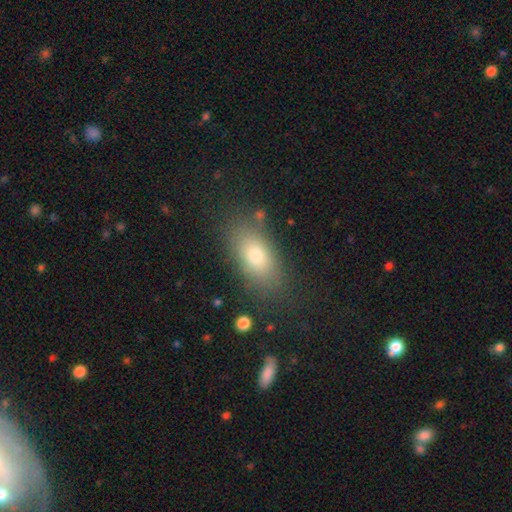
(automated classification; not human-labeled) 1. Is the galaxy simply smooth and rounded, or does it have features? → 75% smooth, 15% featured or disk, 10% star or artifact.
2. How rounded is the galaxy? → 85% in between, 9% round, 6% cigar-shaped.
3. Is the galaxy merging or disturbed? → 79% none, 13% minor disturbance, 5% major disturbance, 3% merger.